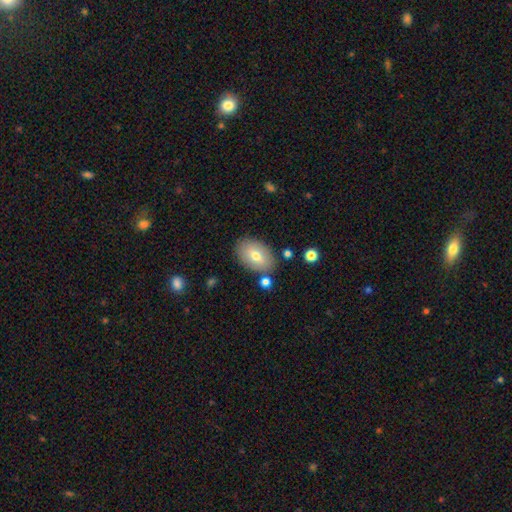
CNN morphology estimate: smooth-or-featured: smooth: 69% | featured or disk: 23% | star or artifact: 8%
  how-rounded: in between: 89% | round: 10% | cigar-shaped: 1%
  merging: none: 79% | minor disturbance: 12% | merger: 5% | major disturbance: 3%